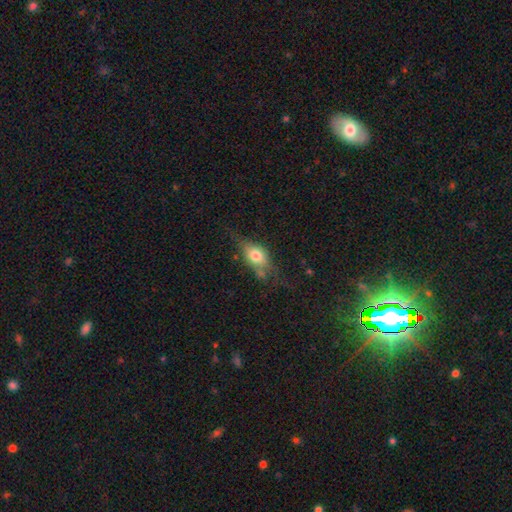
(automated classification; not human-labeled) smooth-or-featured: smooth: 57% | featured or disk: 33% | star or artifact: 10%
  how-rounded: in between: 69% | round: 18% | cigar-shaped: 13%
  merging: none: 53% | minor disturbance: 27% | major disturbance: 16% | merger: 4%